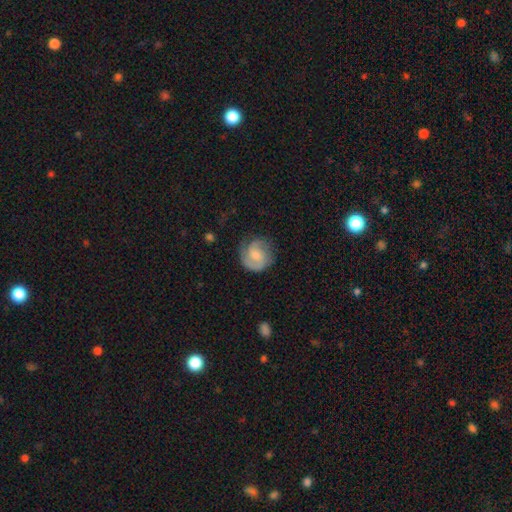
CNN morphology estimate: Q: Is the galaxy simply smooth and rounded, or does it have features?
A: featured or disk — 65%.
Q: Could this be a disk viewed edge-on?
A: no — 98%.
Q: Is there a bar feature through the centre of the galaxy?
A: no — 46%.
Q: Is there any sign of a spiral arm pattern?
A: yes — 93%.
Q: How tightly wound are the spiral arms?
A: medium — 43%.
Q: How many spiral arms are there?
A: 2 — 64%.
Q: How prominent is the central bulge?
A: moderate — 40%.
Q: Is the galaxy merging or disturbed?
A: none — 69%.